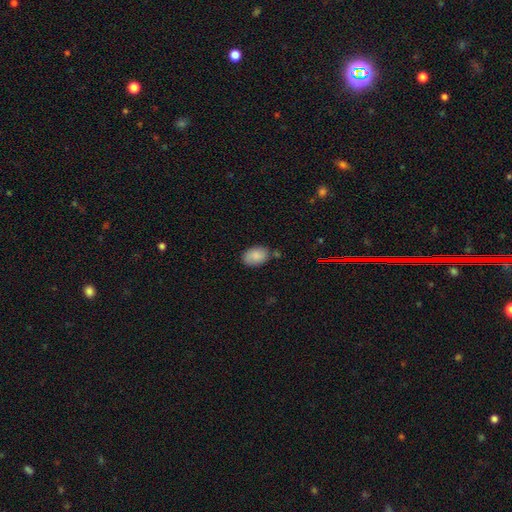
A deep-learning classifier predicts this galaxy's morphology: smooth_or_featured: smooth (p=0.84) [alt: featured or disk p=0.09]
how_rounded: in between (p=0.85) [alt: round p=0.13]
merging: none (p=0.71) [alt: minor disturbance p=0.20]